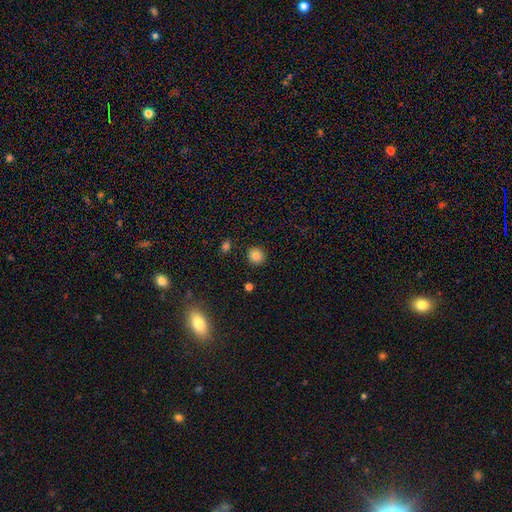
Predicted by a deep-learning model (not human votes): Smooth or featured: smooth — 84% (star or artifact — 11%)
How rounded: round — 91% (in between — 8%)
Merging: none — 90% (minor disturbance — 6%)